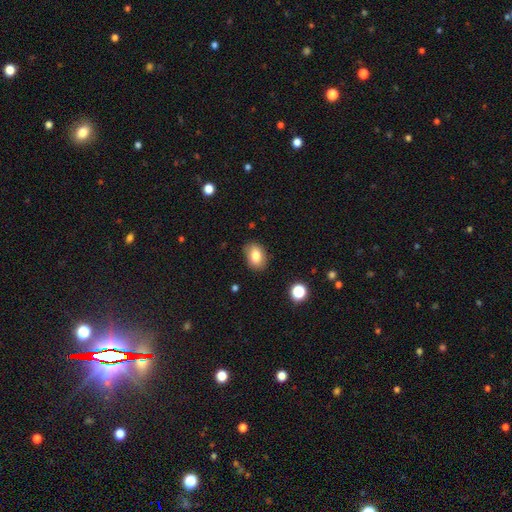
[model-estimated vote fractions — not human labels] Smooth or featured: smooth — 81% (featured or disk — 10%)
How rounded: in between — 81% (round — 17%)
Merging: none — 82% (minor disturbance — 13%)